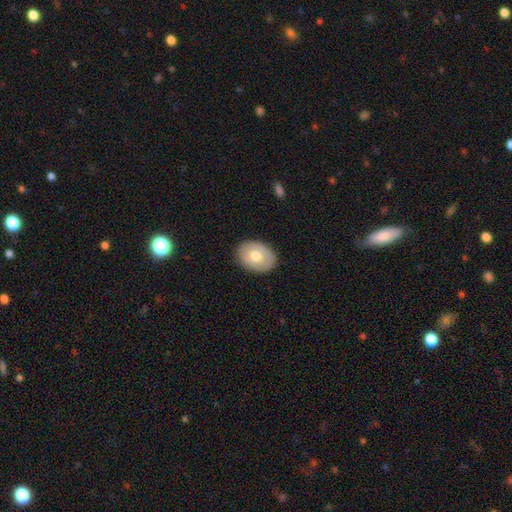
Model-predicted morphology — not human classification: smooth_or_featured: smooth (p=0.67) [alt: featured or disk p=0.27]
how_rounded: in between (p=0.70) [alt: round p=0.29]
merging: none (p=0.87) [alt: minor disturbance p=0.10]